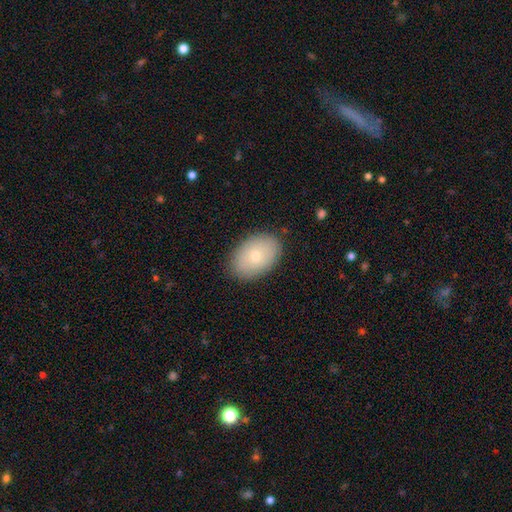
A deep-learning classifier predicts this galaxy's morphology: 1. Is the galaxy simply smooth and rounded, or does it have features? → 76% smooth, 17% featured or disk, 7% star or artifact.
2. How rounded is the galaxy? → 87% in between, 12% round, 1% cigar-shaped.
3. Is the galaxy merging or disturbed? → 87% none, 10% minor disturbance, 2% major disturbance, 1% merger.